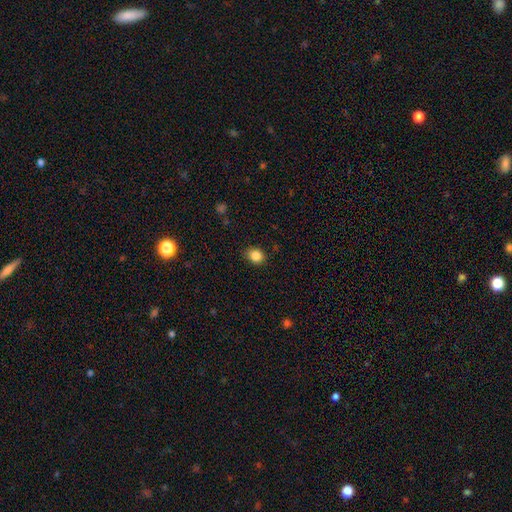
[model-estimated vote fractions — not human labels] This is clearly a smooth galaxy (85%). How rounded: likely round (65%). Merging: clearly none (86%).